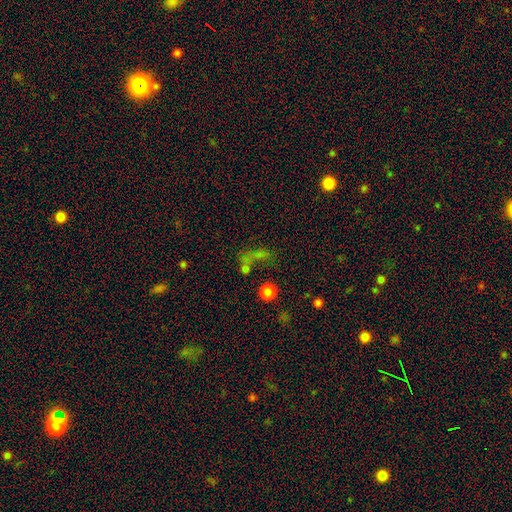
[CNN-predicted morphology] Smooth or featured? smooth (45%)
Merging? none (47%)